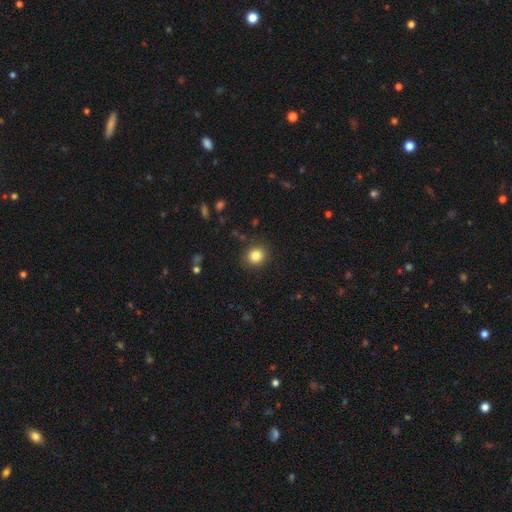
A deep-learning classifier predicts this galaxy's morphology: Q: Smooth or featured?
A: smooth (84%); runner-up: star or artifact (11%)
Q: How rounded?
A: round (80%); runner-up: in between (19%)
Q: Merging?
A: none (89%); runner-up: minor disturbance (8%)